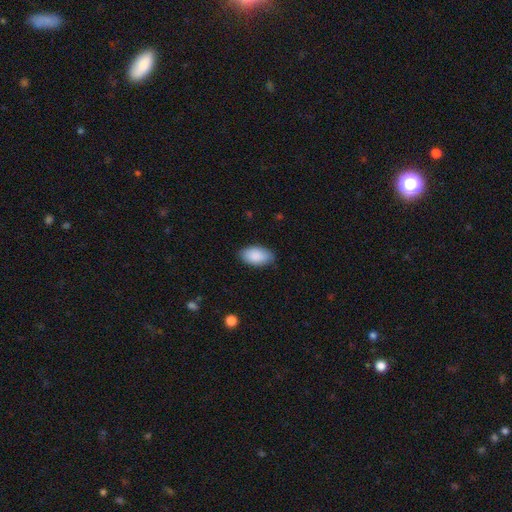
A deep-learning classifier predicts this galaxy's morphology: This is clearly a smooth galaxy (90%). How rounded: clearly in between (95%). Merging: clearly none (84%).